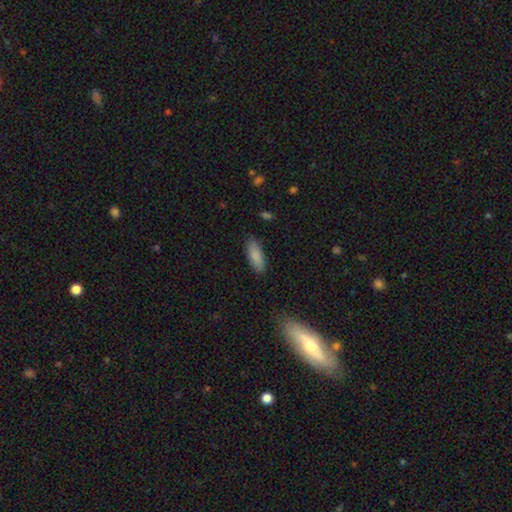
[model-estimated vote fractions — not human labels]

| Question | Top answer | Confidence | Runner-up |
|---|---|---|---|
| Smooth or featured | smooth | 87% | star or artifact (6%) |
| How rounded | in between | 72% | cigar-shaped (26%) |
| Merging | none | 85% | minor disturbance (11%) |